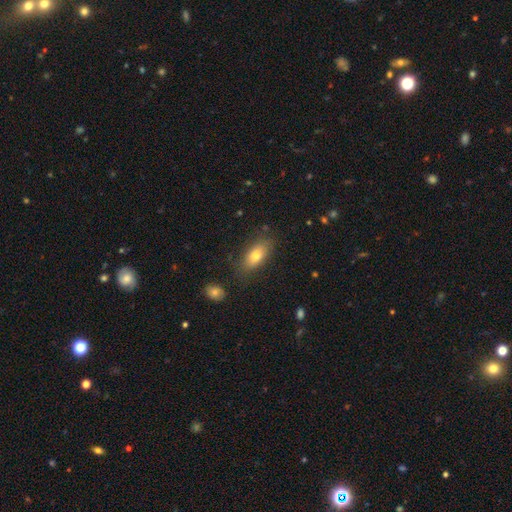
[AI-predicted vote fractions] smooth-or-featured: smooth: 76% | featured or disk: 16% | star or artifact: 8%
  how-rounded: in between: 83% | cigar-shaped: 11% | round: 6%
  merging: none: 78% | minor disturbance: 15% | major disturbance: 4% | merger: 3%